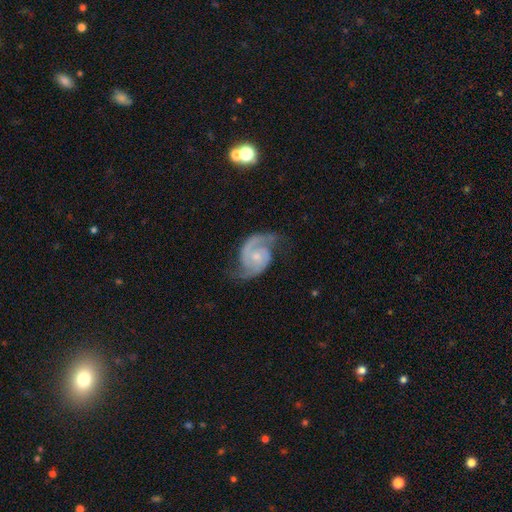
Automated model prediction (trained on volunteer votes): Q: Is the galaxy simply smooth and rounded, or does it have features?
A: featured or disk — 91%.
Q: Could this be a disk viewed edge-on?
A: no — 98%.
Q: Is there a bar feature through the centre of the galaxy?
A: no — 65%.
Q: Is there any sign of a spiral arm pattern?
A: yes — 98%.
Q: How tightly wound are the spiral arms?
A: medium — 54%.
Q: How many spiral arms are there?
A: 2 — 92%.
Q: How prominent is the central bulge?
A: small — 55%.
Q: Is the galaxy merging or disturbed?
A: none — 73%.